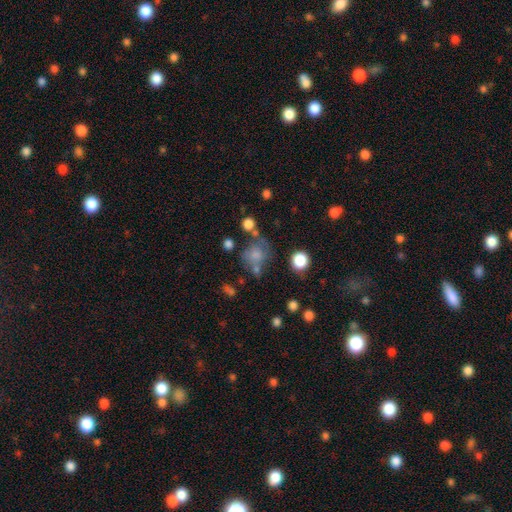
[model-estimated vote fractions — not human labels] The model was most divided on "merging": none: 52%, minor disturbance: 19%, merger: 16%, major disturbance: 13%. More confident: how rounded — round (78%); smooth or featured — smooth (69%).